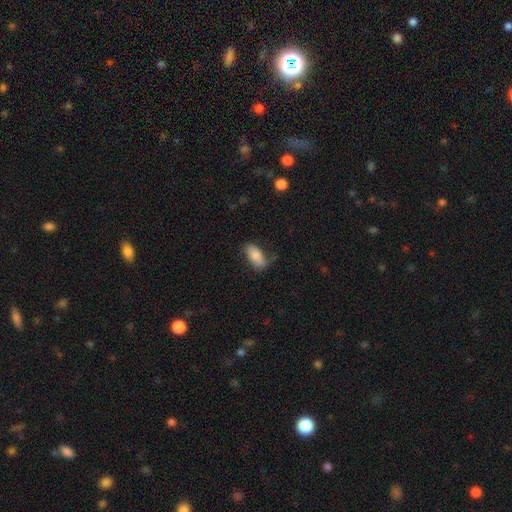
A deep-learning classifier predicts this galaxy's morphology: Smooth or featured?
  - smooth: 80% *
  - featured or disk: 13%
  - star or artifact: 7%
How rounded?
  - in between: 87% *
  - cigar-shaped: 10%
  - round: 3%
Merging?
  - none: 71% *
  - minor disturbance: 22%
  - major disturbance: 5%
  - merger: 2%